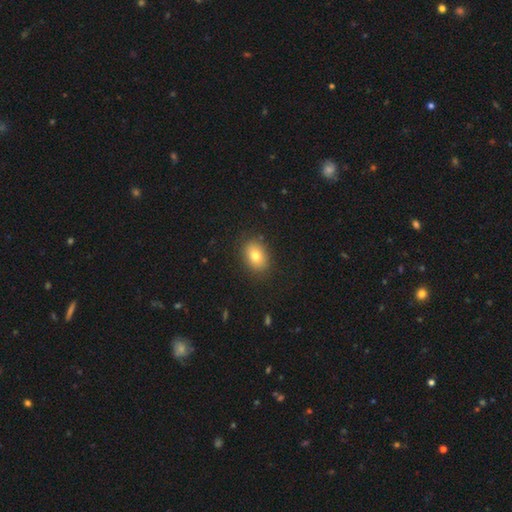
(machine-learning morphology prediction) smooth 79%, featured or disk 11%, star or artifact 9%. Down the decision tree: how rounded — in between (70%); merging — none (87%).